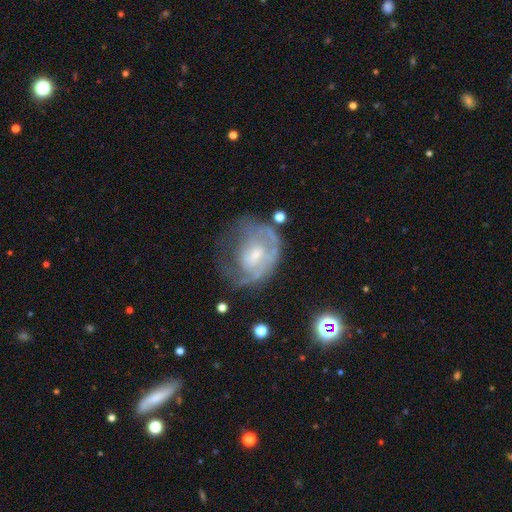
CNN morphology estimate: Q: Smooth or featured?
A: featured or disk (69%); runner-up: smooth (22%)
Q: Edge-on disk?
A: no (97%); runner-up: yes (3%)
Q: Bar?
A: no (55%); runner-up: weak (38%)
Q: Spiral arms?
A: yes (69%); runner-up: no (31%)
Q: Bulge size?
A: small (51%); runner-up: moderate (35%)
Q: Merging?
A: none (39%); runner-up: major disturbance (33%)